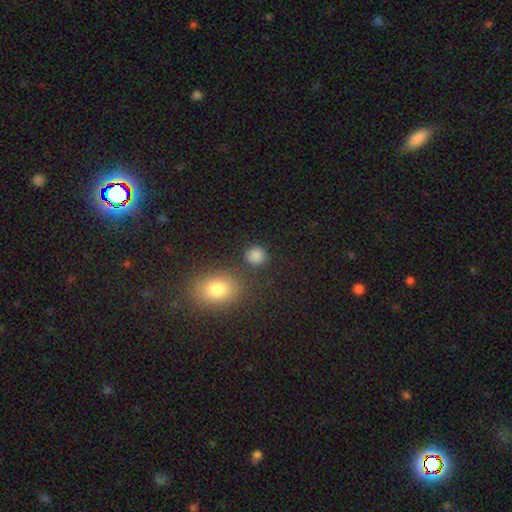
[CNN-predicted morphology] This appears to be a smooth galaxy with no disk features (85%) that is round (84%). Merging: none (81%).